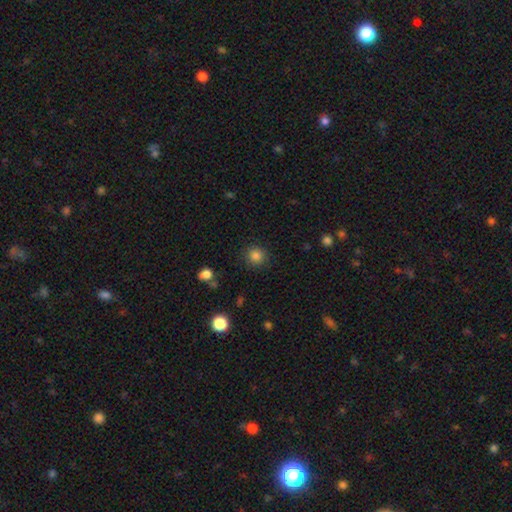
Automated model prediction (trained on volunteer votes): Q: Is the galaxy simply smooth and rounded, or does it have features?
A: smooth — 84%.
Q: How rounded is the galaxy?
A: round — 93%.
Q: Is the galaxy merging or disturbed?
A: none — 89%.